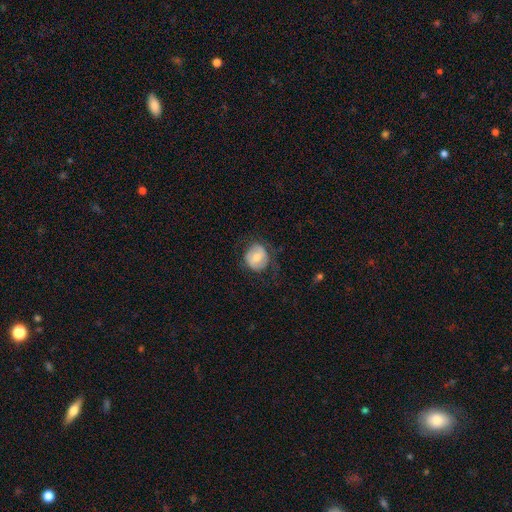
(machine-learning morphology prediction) Smooth or featured: smooth — 57% (featured or disk — 35%)
How rounded: round — 79% (in between — 20%)
Merging: none — 69% (minor disturbance — 19%)